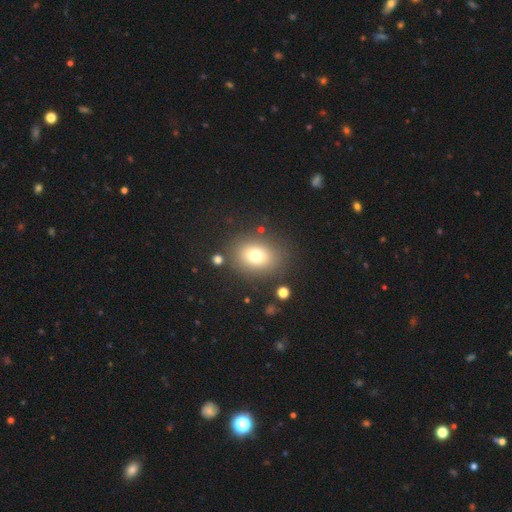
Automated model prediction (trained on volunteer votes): smooth_or_featured: smooth (p=0.75) [alt: star or artifact p=0.13]
how_rounded: round (p=0.51) [alt: in between p=0.48]
merging: none (p=0.82) [alt: minor disturbance p=0.10]